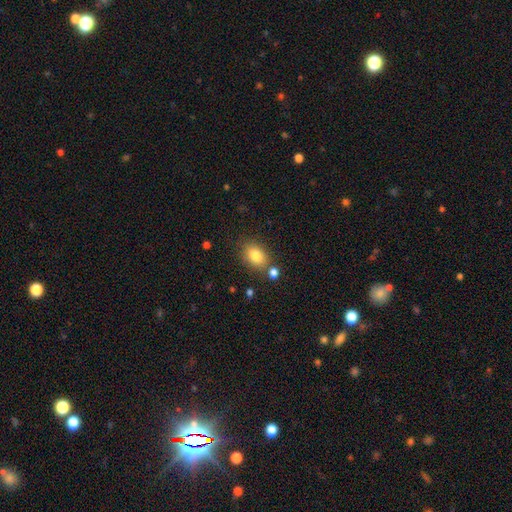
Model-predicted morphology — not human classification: Smooth or featured? smooth (82%)
How rounded? in between (77%)
Merging? none (75%)